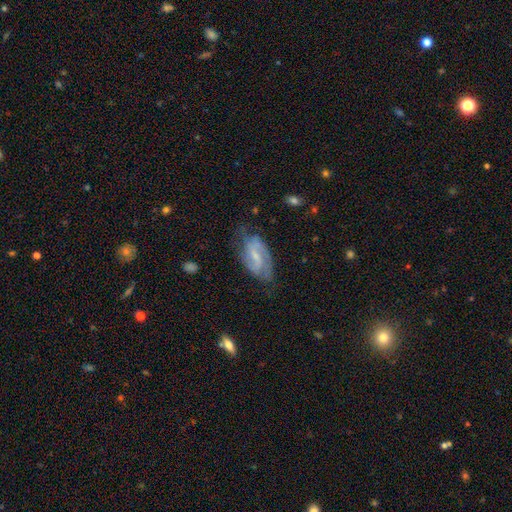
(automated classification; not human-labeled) Q: Smooth or featured?
A: featured or disk (81%); runner-up: smooth (14%)
Q: Edge-on disk?
A: no (97%); runner-up: yes (3%)
Q: Bar?
A: weak (55%); runner-up: no (24%)
Q: Spiral arms?
A: yes (95%); runner-up: no (5%)
Q: Spiral winding?
A: medium (50%); runner-up: tight (26%)
Q: Spiral arm count?
A: 2 (85%); runner-up: can't tell (7%)
Q: Bulge size?
A: small (58%); runner-up: moderate (25%)
Q: Merging?
A: none (68%); runner-up: minor disturbance (23%)